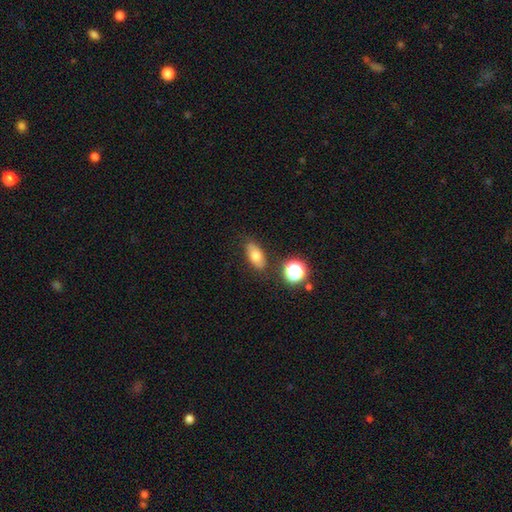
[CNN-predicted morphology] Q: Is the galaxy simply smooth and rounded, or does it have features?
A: smooth — 70%.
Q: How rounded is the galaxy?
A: in between — 84%.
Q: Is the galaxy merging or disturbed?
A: none — 80%.